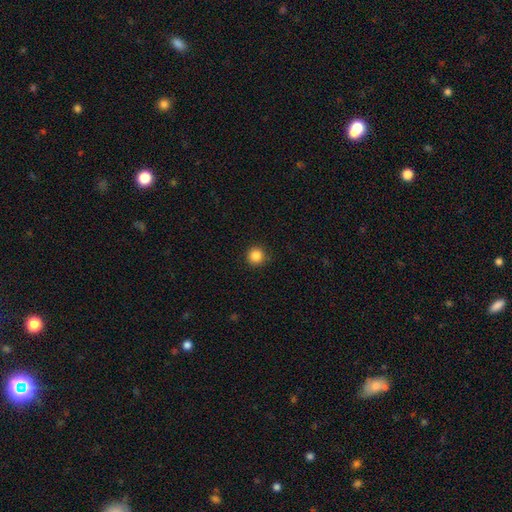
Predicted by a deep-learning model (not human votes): Smooth or featured? smooth (86%)
How rounded? round (95%)
Merging? none (90%)